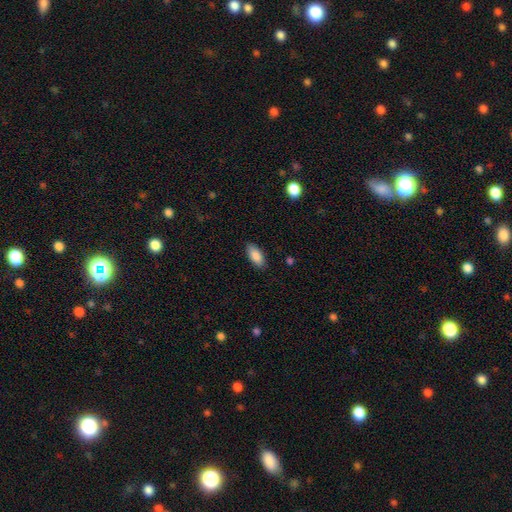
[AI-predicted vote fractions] Overall: smooth (87%). How rounded: in between (89%). Merging: none (87%).